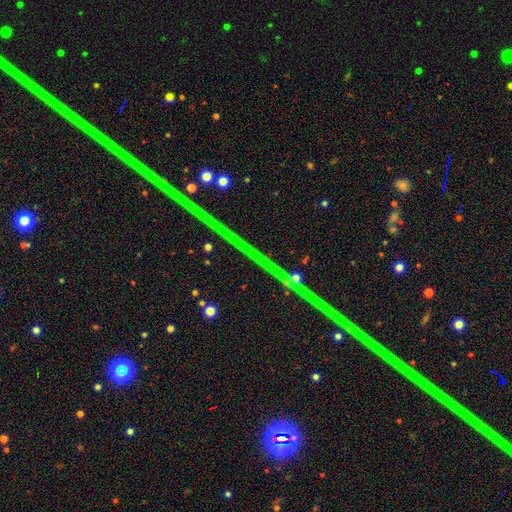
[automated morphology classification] A star or artifact, not a galaxy (86%).